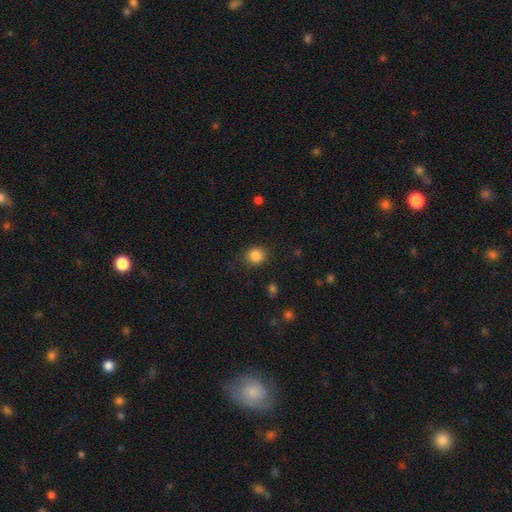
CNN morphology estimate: Smooth or featured? Predicted: smooth (p=0.86). How rounded? Predicted: round (p=0.84). Merging? Predicted: none (p=0.83).